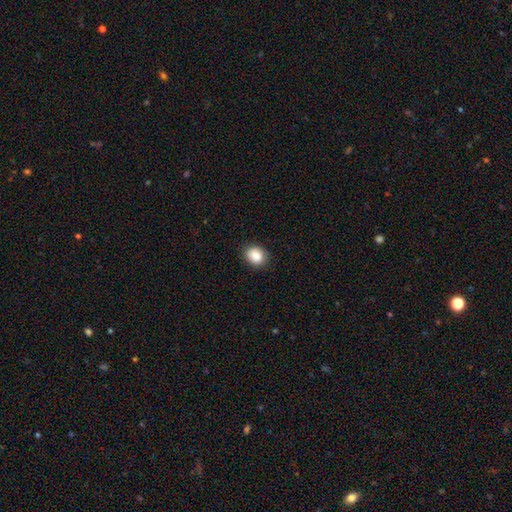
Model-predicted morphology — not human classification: Smooth or featured? smooth (87%)
How rounded? round (57%)
Merging? none (87%)